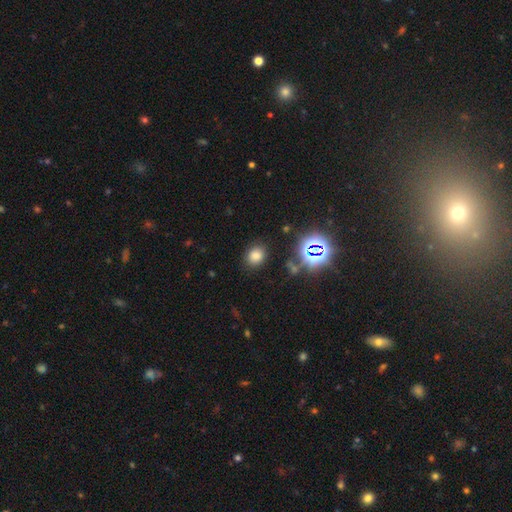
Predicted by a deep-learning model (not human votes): This is likely a smooth galaxy (73%). How rounded: possibly round (58%). Merging: clearly none (84%).